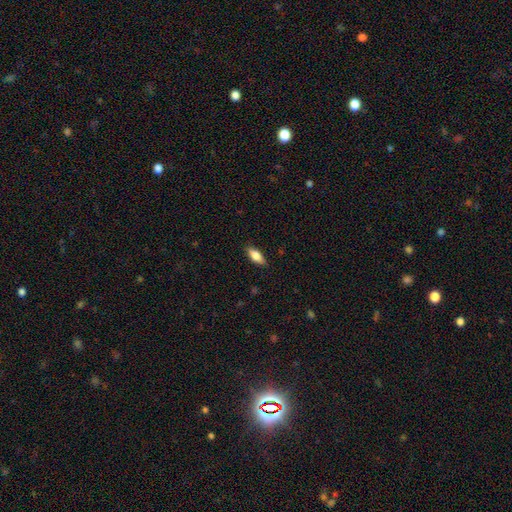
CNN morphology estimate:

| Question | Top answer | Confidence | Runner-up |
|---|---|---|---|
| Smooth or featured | smooth | 77% | featured or disk (17%) |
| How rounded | in between | 80% | cigar-shaped (17%) |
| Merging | none | 86% | minor disturbance (10%) |